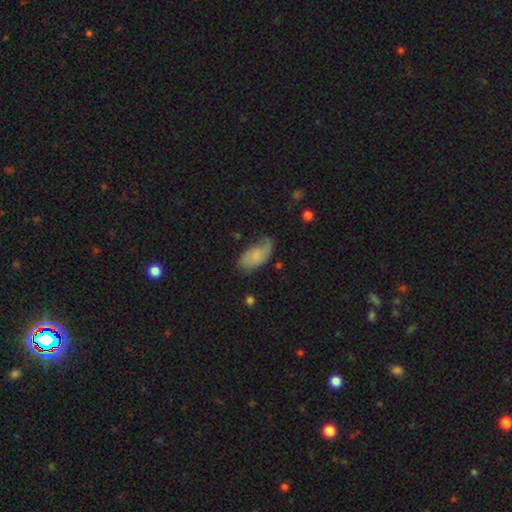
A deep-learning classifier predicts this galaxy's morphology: A smooth galaxy with no disk features (64%) that is in between round and cigar-shaped (93%). Merging: none (48%).